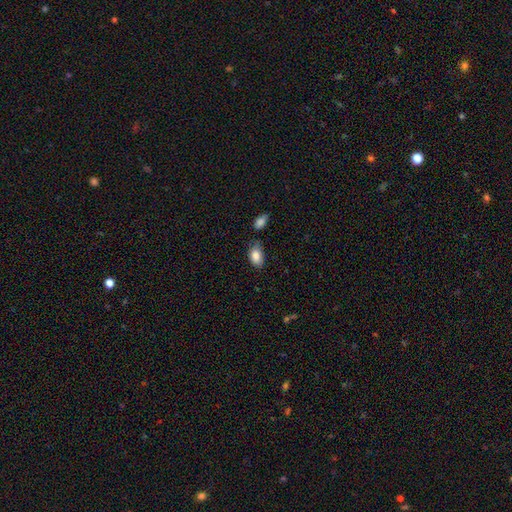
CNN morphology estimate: smooth-or-featured: smooth: 86% | star or artifact: 7% | featured or disk: 7%
  how-rounded: in between: 91% | round: 8% | cigar-shaped: 1%
  merging: none: 65% | minor disturbance: 24% | merger: 7% | major disturbance: 5%